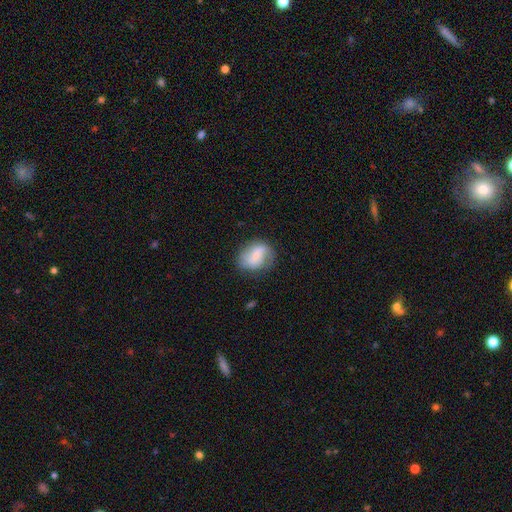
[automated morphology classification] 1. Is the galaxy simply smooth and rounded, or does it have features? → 48% featured or disk, 45% smooth, 8% star or artifact.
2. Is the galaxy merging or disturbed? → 68% none, 21% minor disturbance, 9% major disturbance, 2% merger.